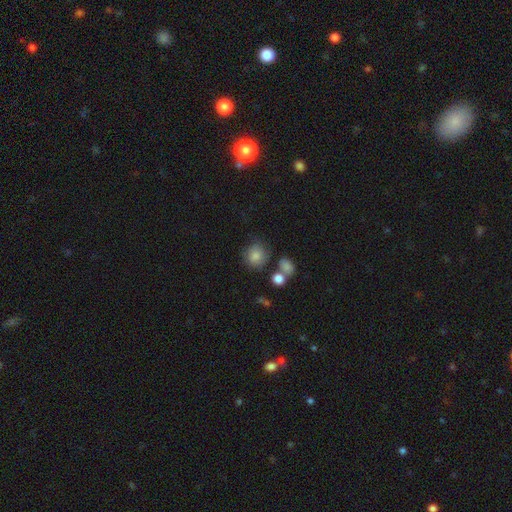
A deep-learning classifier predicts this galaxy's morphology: Smooth or featured: smooth — 82% (star or artifact — 9%)
How rounded: round — 80% (in between — 19%)
Merging: none — 66% (minor disturbance — 16%)